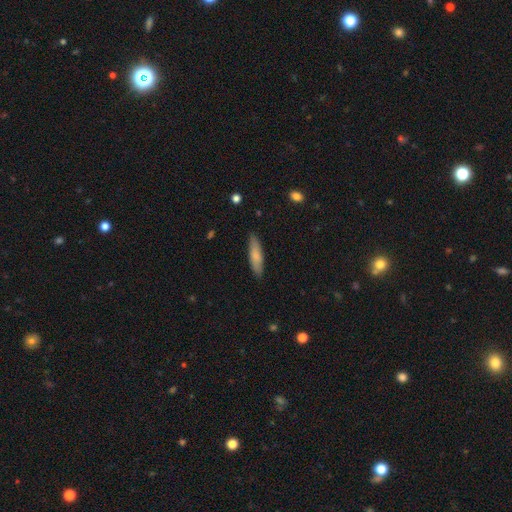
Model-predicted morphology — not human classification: Smooth or featured?
  - smooth: 77% *
  - featured or disk: 17%
  - star or artifact: 6%
How rounded?
  - cigar-shaped: 70% *
  - in between: 29%
  - round: 2%
Merging?
  - none: 86% *
  - minor disturbance: 11%
  - major disturbance: 2%
  - merger: 1%